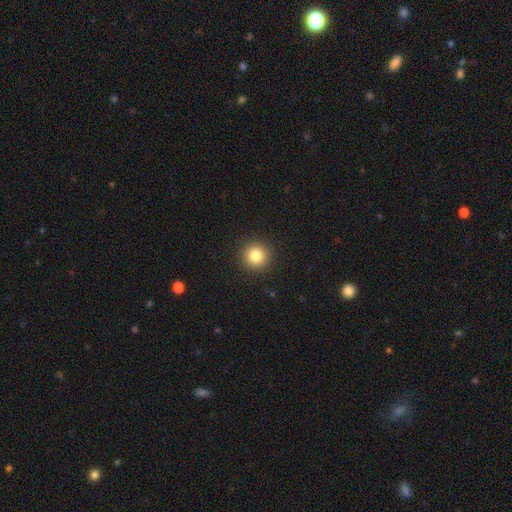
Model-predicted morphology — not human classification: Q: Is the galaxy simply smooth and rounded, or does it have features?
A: smooth — 83%.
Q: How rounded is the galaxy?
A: round — 95%.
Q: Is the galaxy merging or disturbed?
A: none — 92%.